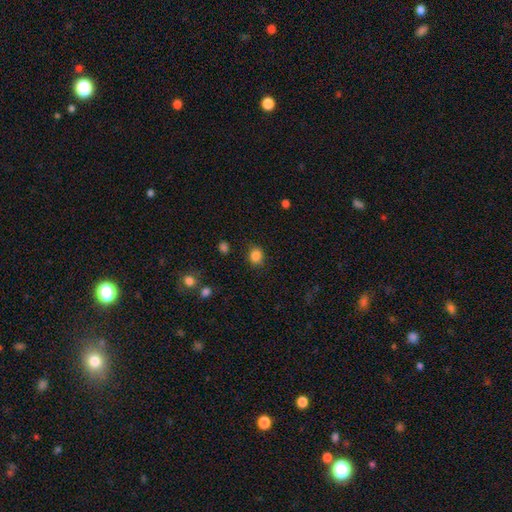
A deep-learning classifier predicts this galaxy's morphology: type=smooth (85%); roundness=round (67%); merging=none (85%).